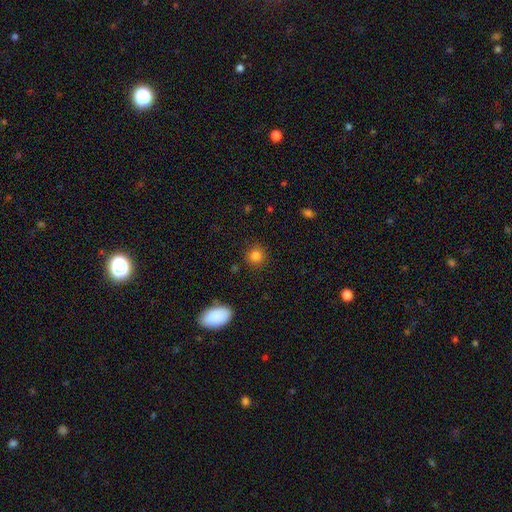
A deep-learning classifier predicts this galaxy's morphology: A smooth galaxy with no disk features (83%) that is round (88%). Merging: none (88%).